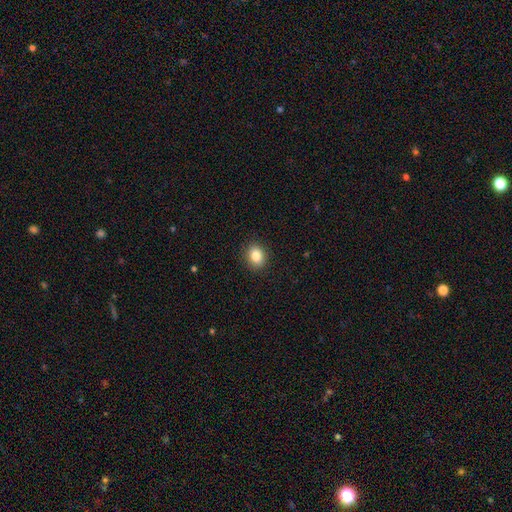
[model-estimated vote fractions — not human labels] Smooth or featured: smooth — 84% (star or artifact — 10%)
How rounded: round — 52% (in between — 47%)
Merging: none — 90% (minor disturbance — 7%)